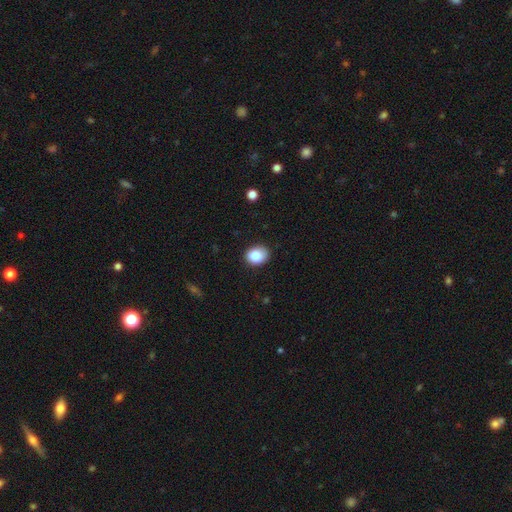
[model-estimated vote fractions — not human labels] This is clearly a smooth galaxy (85%). How rounded: possibly in between (51%). Merging: clearly none (82%).